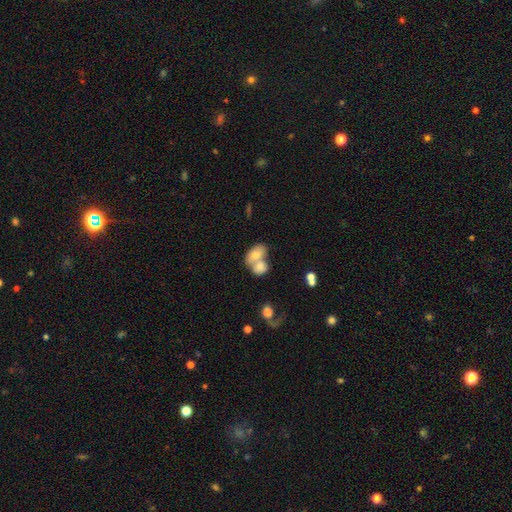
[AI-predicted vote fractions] smooth-or-featured: smooth: 72% | featured or disk: 20% | star or artifact: 8%
  how-rounded: in between: 79% | round: 19% | cigar-shaped: 2%
  merging: merger: 67% | none: 21% | minor disturbance: 7% | major disturbance: 5%